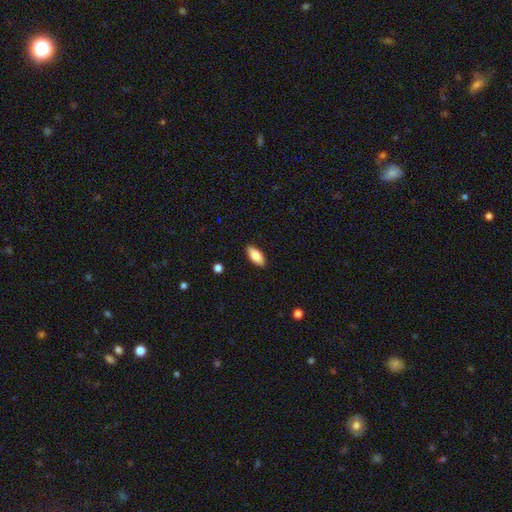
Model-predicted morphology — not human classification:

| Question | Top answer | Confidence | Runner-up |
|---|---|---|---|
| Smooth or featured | smooth | 85% | featured or disk (8%) |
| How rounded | in between | 88% | cigar-shaped (10%) |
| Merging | none | 89% | minor disturbance (8%) |